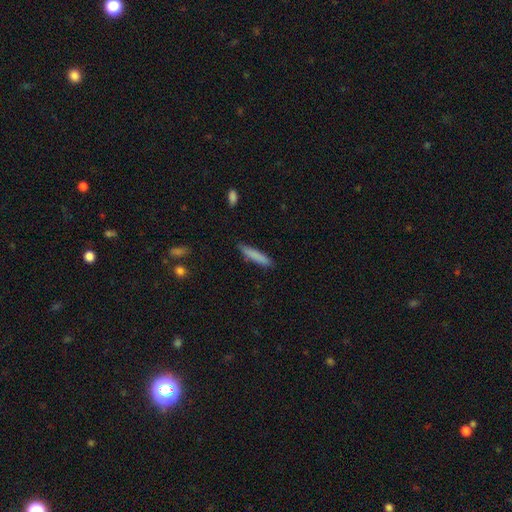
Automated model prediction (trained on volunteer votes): Smooth or featured: smooth — 83% (featured or disk — 11%)
How rounded: cigar-shaped — 90% (in between — 9%)
Merging: none — 86% (minor disturbance — 11%)